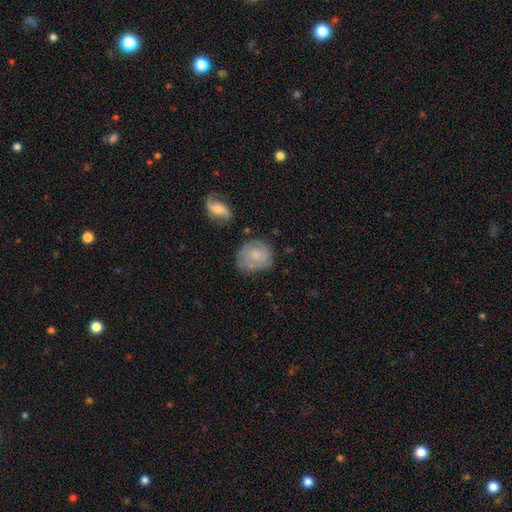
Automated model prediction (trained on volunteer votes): Smooth or featured?
  - smooth: 49% *
  - featured or disk: 44%
  - star or artifact: 7%
Merging?
  - none: 65% *
  - minor disturbance: 23%
  - major disturbance: 8%
  - merger: 5%